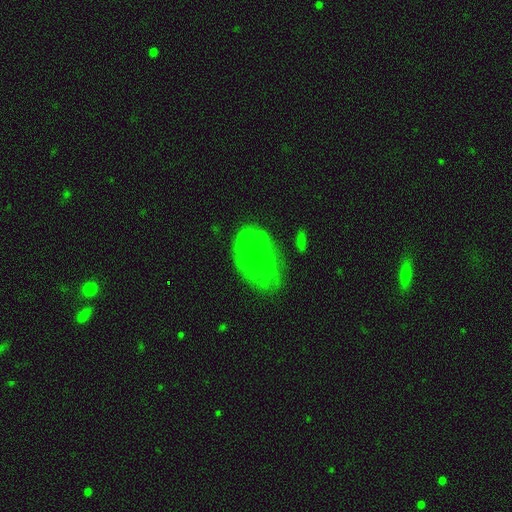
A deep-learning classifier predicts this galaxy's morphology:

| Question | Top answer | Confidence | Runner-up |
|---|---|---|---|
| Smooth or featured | featured or disk | 68% | smooth (22%) |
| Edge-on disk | no | 97% | yes (3%) |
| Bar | no | 74% | weak (23%) |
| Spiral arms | yes | 87% | no (13%) |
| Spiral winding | tight | 58% | medium (31%) |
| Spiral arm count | can't tell | 39% | 2 (34%) |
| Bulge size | small | 78% | none (11%) |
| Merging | none | 74% | minor disturbance (18%) |